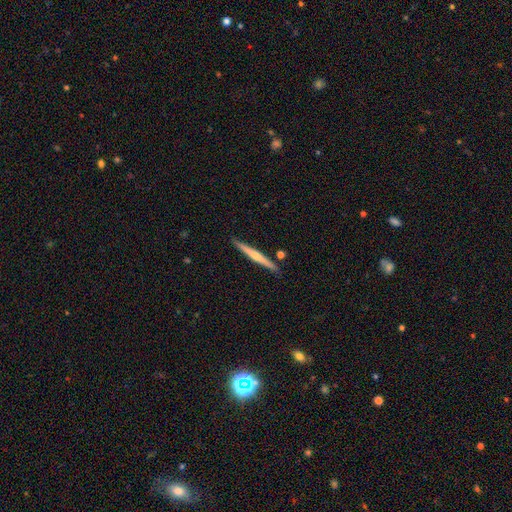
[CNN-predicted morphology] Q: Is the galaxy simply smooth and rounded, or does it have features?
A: featured or disk — 54%.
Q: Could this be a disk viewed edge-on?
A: yes — 97%.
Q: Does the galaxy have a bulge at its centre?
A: rounded — 56%.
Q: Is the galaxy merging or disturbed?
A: none — 88%.